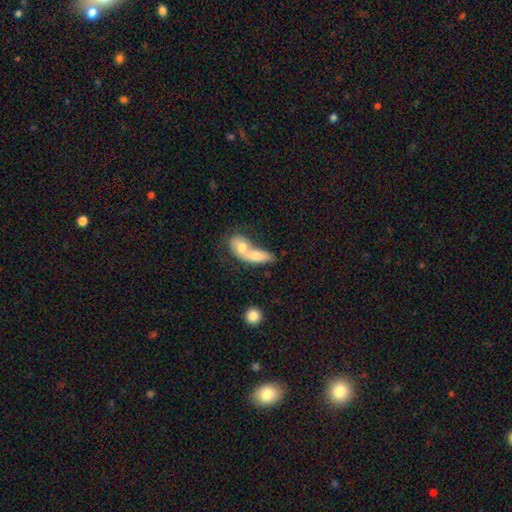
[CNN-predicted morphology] The model was most divided on "how rounded": in between: 69%, cigar-shaped: 20%, round: 10%. More confident: smooth or featured — smooth (73%); merging — merger (72%).